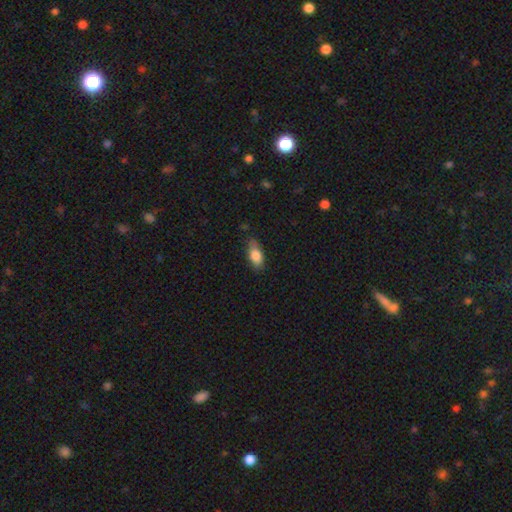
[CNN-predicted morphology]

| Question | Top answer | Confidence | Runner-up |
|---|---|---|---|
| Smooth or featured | smooth | 81% | featured or disk (12%) |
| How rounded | in between | 83% | cigar-shaped (13%) |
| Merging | none | 68% | minor disturbance (25%) |